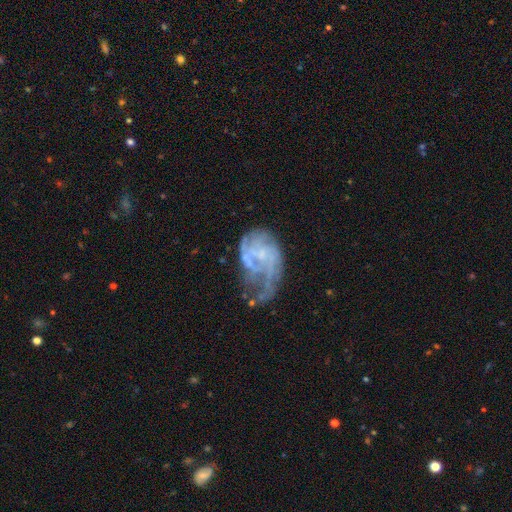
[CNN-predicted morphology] featured or disk 71%, smooth 17%, star or artifact 13%. Down the decision tree: edge-on disk — no (97%); bar — no (66%); spiral arms — yes (73%); spiral arm count — can't tell (30%); spiral winding — loose (37%, tied with medium); bulge size — small (55%); merging — major disturbance (44%).